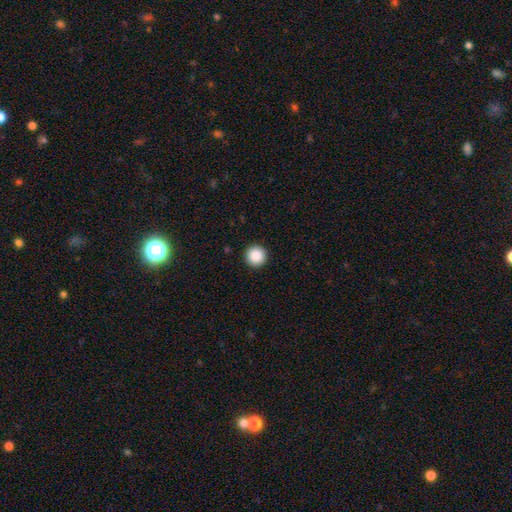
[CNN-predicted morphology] type=smooth (88%); roundness=round (97%); merging=none (94%).